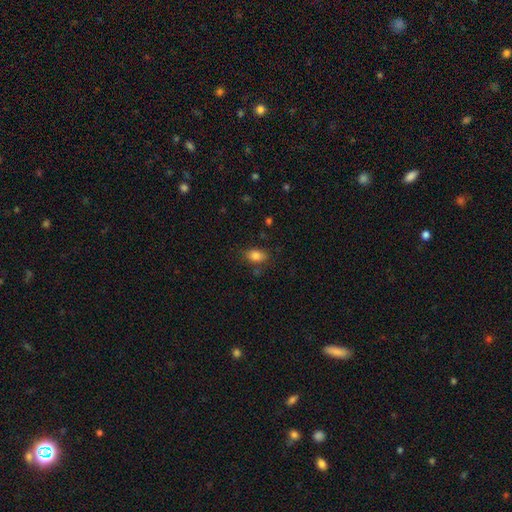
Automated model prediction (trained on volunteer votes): A smooth galaxy with no disk features (83%) that is in between round and cigar-shaped (82%). Merging: none (76%).